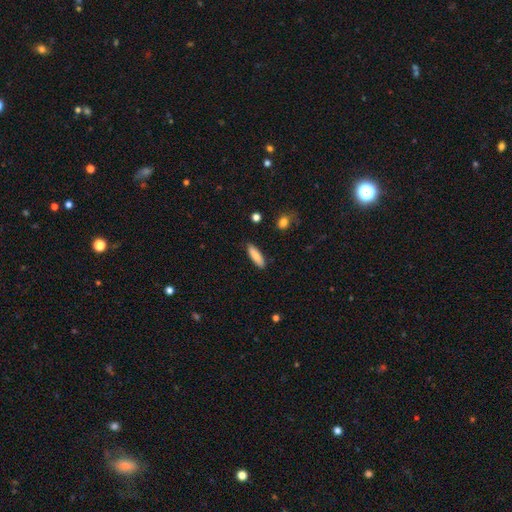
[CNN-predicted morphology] This appears to be a smooth galaxy with no disk features (83%) that is cigar-shaped (62%). Merging: none (88%).